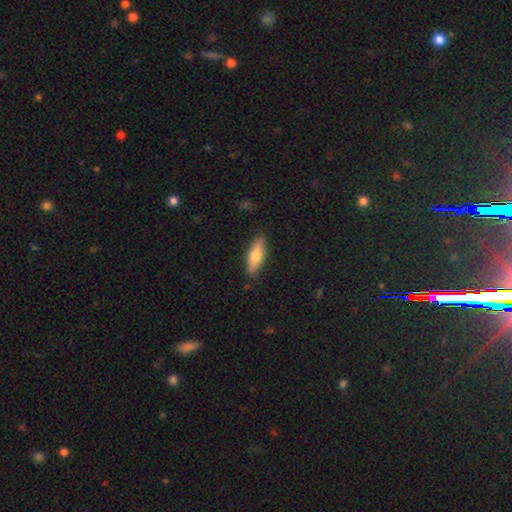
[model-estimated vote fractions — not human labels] Smooth or featured? Predicted: smooth (p=0.68). How rounded? Predicted: in between (p=0.53). Merging? Predicted: none (p=0.86).